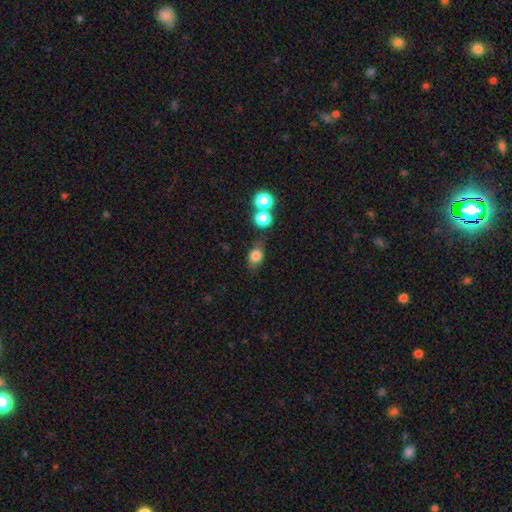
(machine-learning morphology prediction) Smooth or featured?
  - smooth: 78% *
  - featured or disk: 12%
  - star or artifact: 11%
How rounded?
  - in between: 63% *
  - round: 34%
  - cigar-shaped: 3%
Merging?
  - none: 68% *
  - minor disturbance: 18%
  - merger: 8%
  - major disturbance: 6%